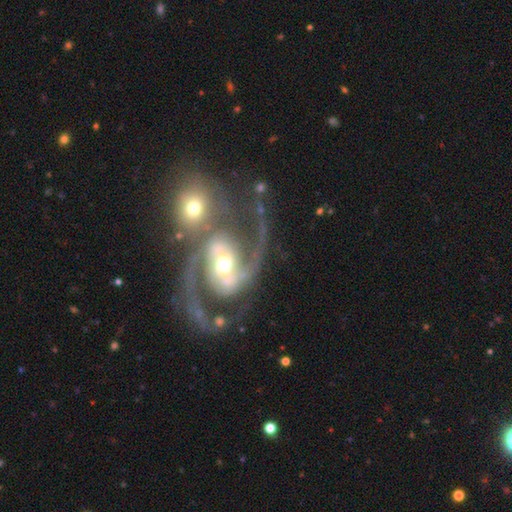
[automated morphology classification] A featured or disk galaxy (92%) with a weak bar (37%), 2 (90%) medium (62%) spiral arms (98%) and a moderate central bulge (50%).

Vote fractions:
- Smooth or featured? featured or disk: 92% / star or artifact: 5% / smooth: 3%
- Edge-on disk? no: 98% / yes: 2%
- Bar? weak: 37% / no: 32% / strong: 31%
- Spiral arms? yes: 98% / no: 2%
- Spiral winding? medium: 62% / tight: 20% / loose: 18%
- Spiral arm count? 2: 90% / 3: 3% / can't tell: 3% / 1: 2% / 4: 1% / more than 4: 1%
- Bulge size? moderate: 50% / small: 41% / large: 5% / none: 2% / dominant: 1%
- Merging? merger: 53% / none: 28% / minor disturbance: 10% / major disturbance: 9%